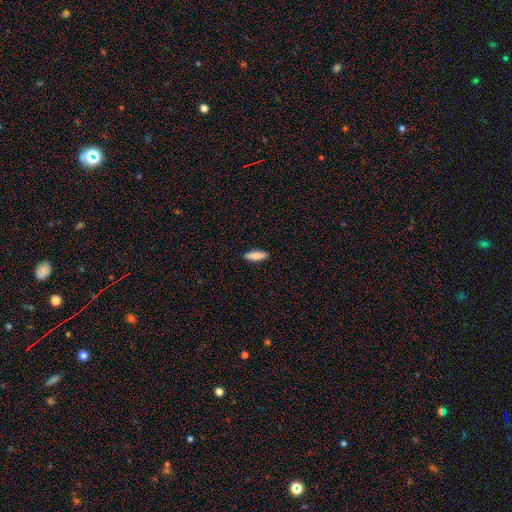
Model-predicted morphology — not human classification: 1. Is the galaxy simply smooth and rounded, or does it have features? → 85% smooth, 9% featured or disk, 6% star or artifact.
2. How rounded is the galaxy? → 49% in between (tied), 49% cigar-shaped (tied), 2% round.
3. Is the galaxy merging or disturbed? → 90% none, 7% minor disturbance, 2% major disturbance, 1% merger.